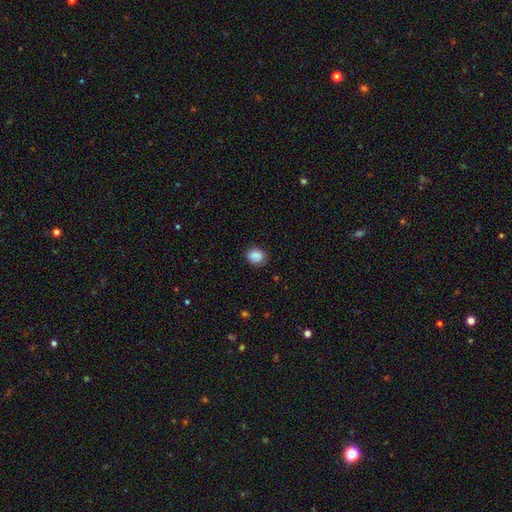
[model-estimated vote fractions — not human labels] Smooth or featured? smooth (83%)
How rounded? round (60%)
Merging? none (79%)